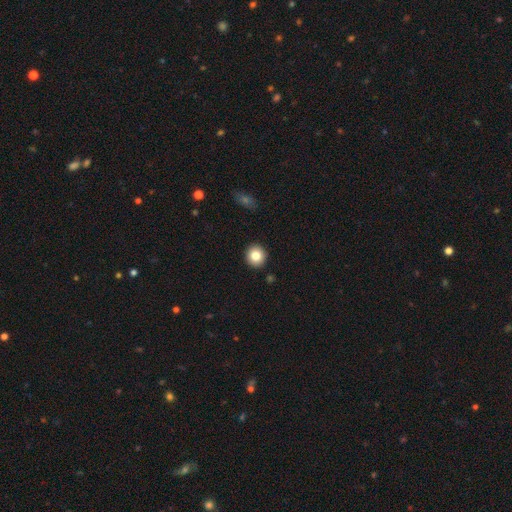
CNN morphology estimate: This appears to be a smooth galaxy with no disk features (83%) that is round (90%). Merging: none (92%).